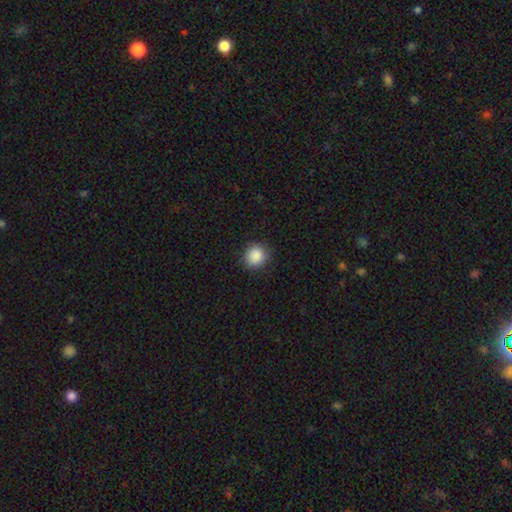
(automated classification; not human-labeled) This is clearly a smooth galaxy (88%). How rounded: clearly round (86%). Merging: clearly none (88%).